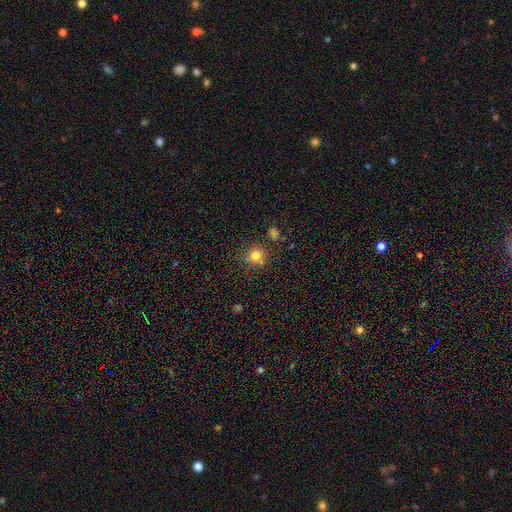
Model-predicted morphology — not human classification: Overall: smooth (78%). How rounded: round (84%). Merging: none (72%).